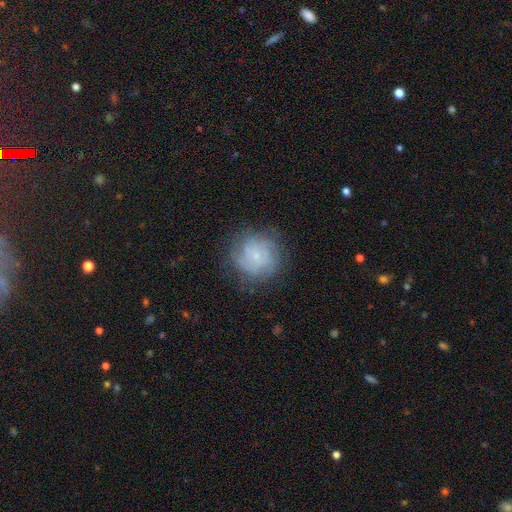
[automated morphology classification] smooth-or-featured: featured or disk: 45% | smooth: 44% | star or artifact: 12%
  merging: none: 78% | minor disturbance: 15% | major disturbance: 7% | merger: 1%